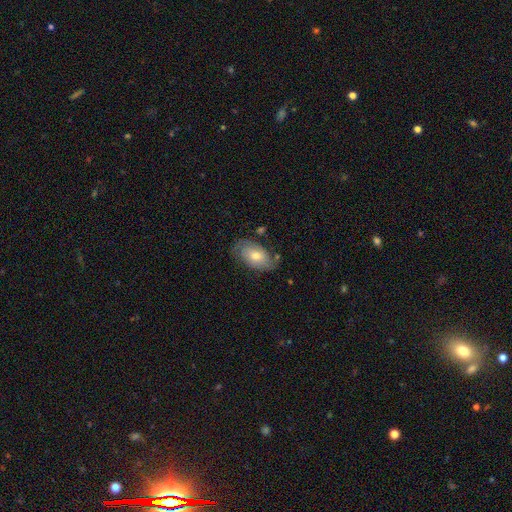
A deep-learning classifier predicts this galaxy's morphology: smooth-or-featured: featured or disk: 52% | smooth: 40% | star or artifact: 8%
  disk-edge-on: no: 93% | yes: 7%
  merging: none: 70% | minor disturbance: 20% | major disturbance: 7% | merger: 3%